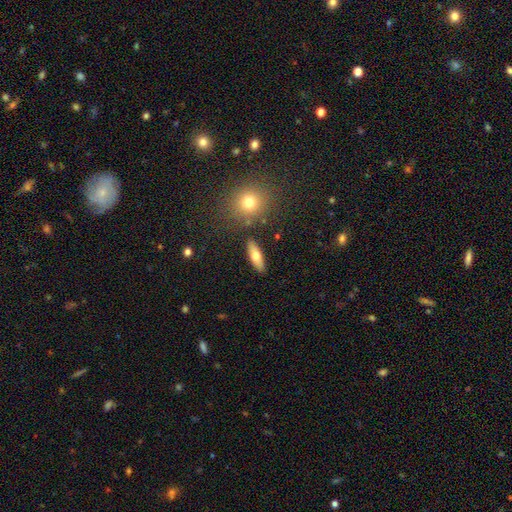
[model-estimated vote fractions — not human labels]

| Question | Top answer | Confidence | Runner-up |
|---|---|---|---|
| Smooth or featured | smooth | 67% | featured or disk (26%) |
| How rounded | in between | 56% | cigar-shaped (40%) |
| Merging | none | 86% | minor disturbance (8%) |